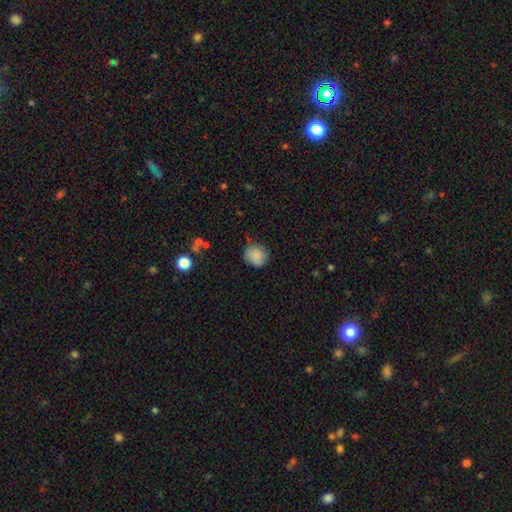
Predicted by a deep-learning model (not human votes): Overall: smooth (85%). How rounded: round (86%). Merging: none (71%).